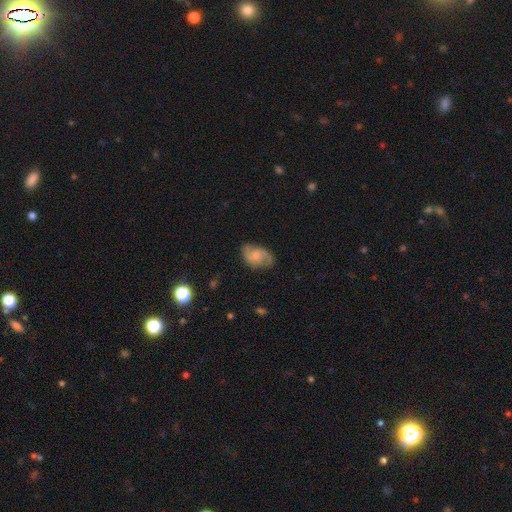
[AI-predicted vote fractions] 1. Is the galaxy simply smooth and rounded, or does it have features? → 50% featured or disk, 42% smooth, 8% star or artifact.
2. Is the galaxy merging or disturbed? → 69% none, 22% minor disturbance, 7% major disturbance, 2% merger.